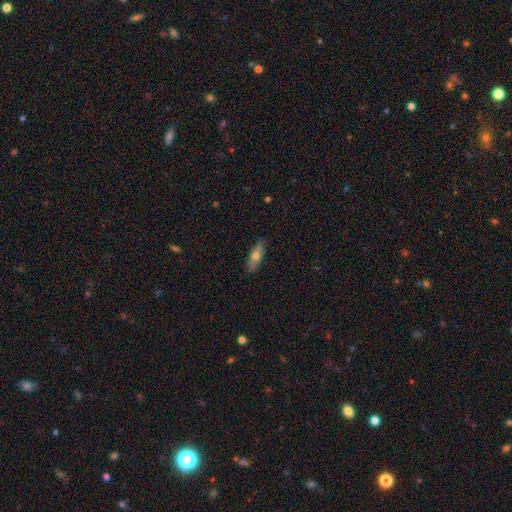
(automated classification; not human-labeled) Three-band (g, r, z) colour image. It shows a smooth galaxy with no disk features (65%) that is in between round and cigar-shaped (63%). Merging: none (87%).